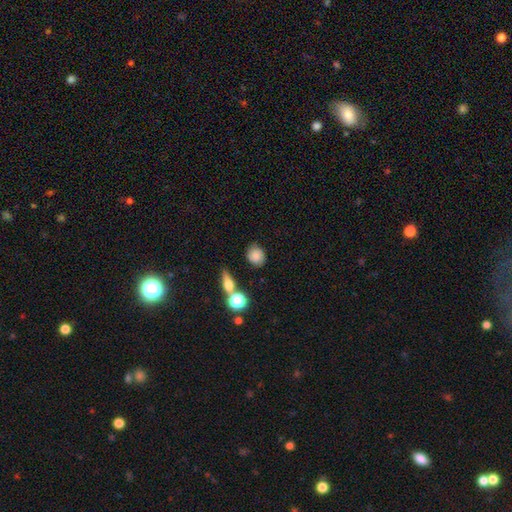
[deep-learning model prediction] A smooth galaxy with no disk features (79%) that is round (69%). Merging: none (74%).